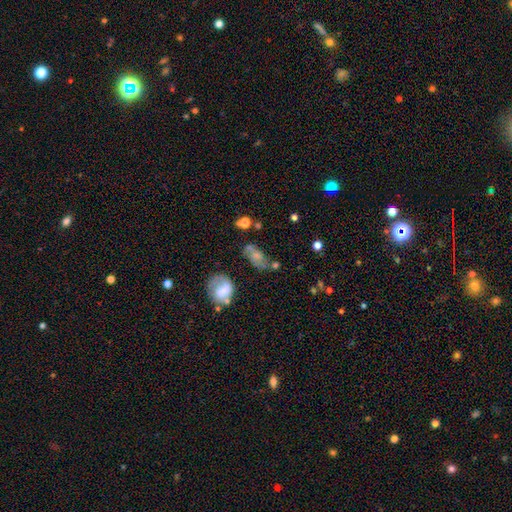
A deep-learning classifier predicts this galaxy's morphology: A smooth galaxy with no disk features (45%). Merging: none (49%).